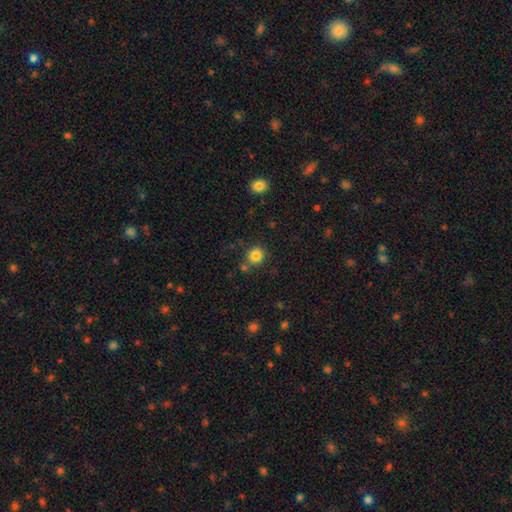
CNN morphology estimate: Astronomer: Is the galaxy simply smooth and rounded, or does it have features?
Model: smooth — 83%.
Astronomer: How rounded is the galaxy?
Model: round — 89%.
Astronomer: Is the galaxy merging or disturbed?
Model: none — 78%.